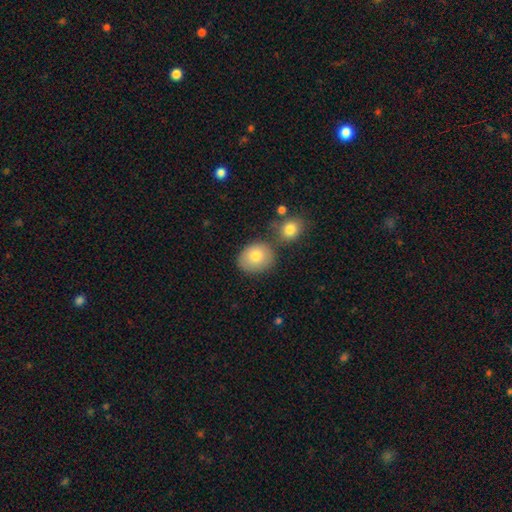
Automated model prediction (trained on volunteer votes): Smooth or featured: smooth — 81% (featured or disk — 10%)
How rounded: round — 64% (in between — 35%)
Merging: none — 65% (merger — 17%)